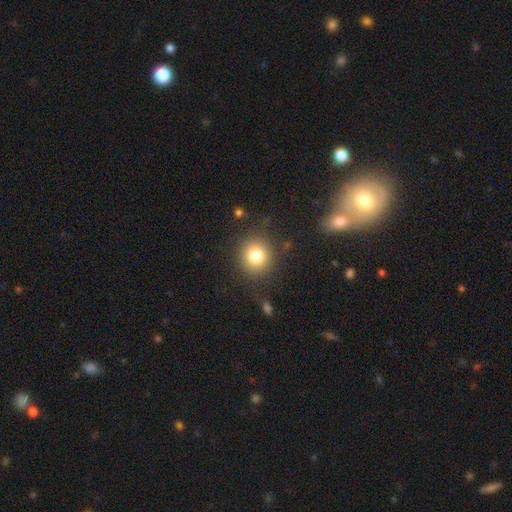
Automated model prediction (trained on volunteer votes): A smooth galaxy with no disk features (79%) that is round (90%).

Vote fractions:
- Smooth or featured? smooth: 79% / star or artifact: 12% / featured or disk: 9%
- How rounded? round: 90% / in between: 9% / cigar-shaped: 1%
- Merging? none: 85% / minor disturbance: 9% / major disturbance: 4% / merger: 2%